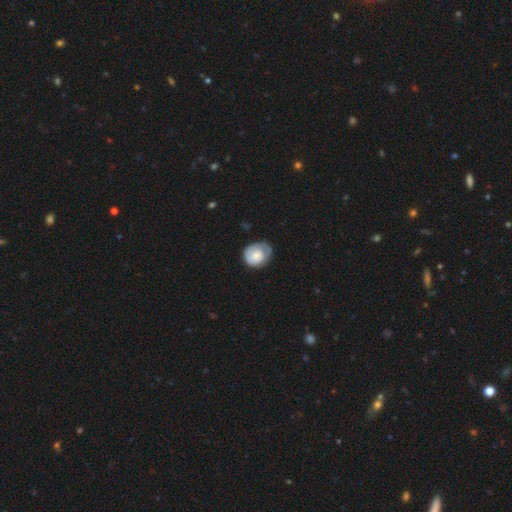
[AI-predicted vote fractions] smooth_or_featured: smooth (p=0.69) [alt: featured or disk p=0.25]
how_rounded: round (p=0.67) [alt: in between p=0.32]
merging: none (p=0.54) [alt: minor disturbance p=0.33]